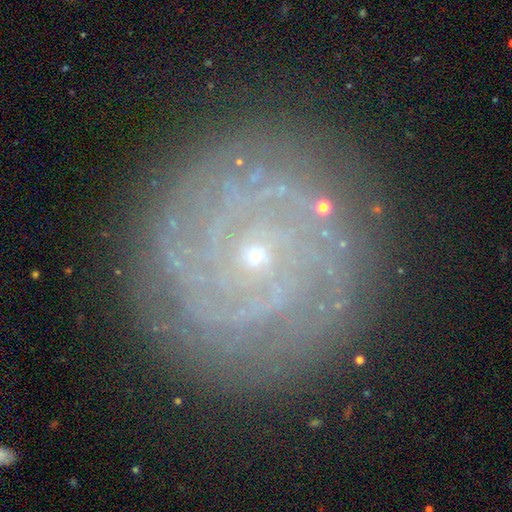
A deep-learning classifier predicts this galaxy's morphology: This appears to be a featured or disk galaxy (83%) with no bar (78%), tight (82%) spiral arms (96%) and a small central bulge (85%). Merging: none (84%).